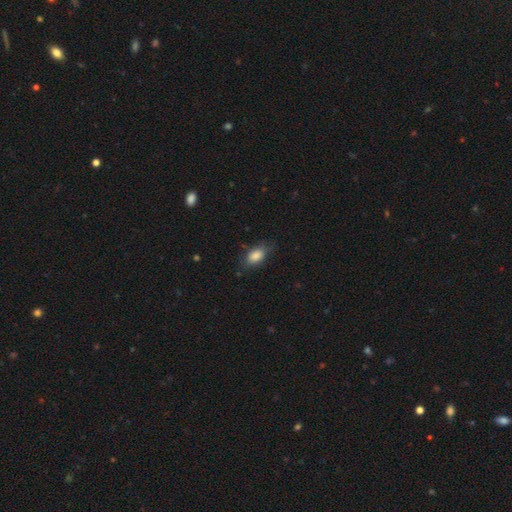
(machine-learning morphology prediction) Smooth or featured?
  - smooth: 85% *
  - featured or disk: 8%
  - star or artifact: 7%
How rounded?
  - in between: 89% *
  - round: 7%
  - cigar-shaped: 4%
Merging?
  - none: 72% *
  - minor disturbance: 21%
  - major disturbance: 6%
  - merger: 1%